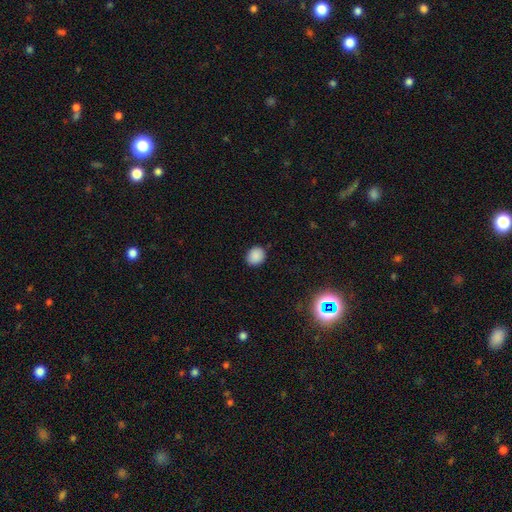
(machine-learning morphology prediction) A smooth galaxy with no disk features (86%) that is round (69%). Merging: none (87%).